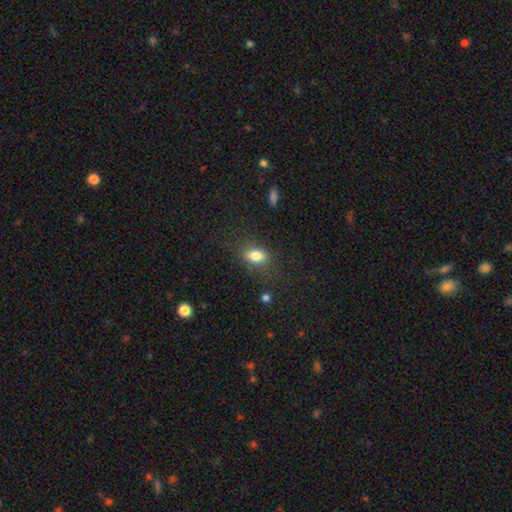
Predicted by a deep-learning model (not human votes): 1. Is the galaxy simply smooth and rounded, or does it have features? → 82% smooth, 10% star or artifact, 8% featured or disk.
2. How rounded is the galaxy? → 83% in between, 13% round, 4% cigar-shaped.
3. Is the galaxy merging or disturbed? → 77% none, 15% minor disturbance, 6% major disturbance, 2% merger.